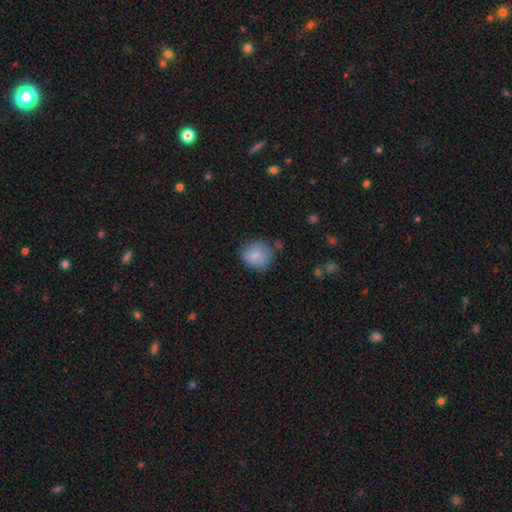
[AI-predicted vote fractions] Smooth or featured: smooth — 82% (featured or disk — 10%)
How rounded: round — 84% (in between — 15%)
Merging: none — 68% (minor disturbance — 22%)